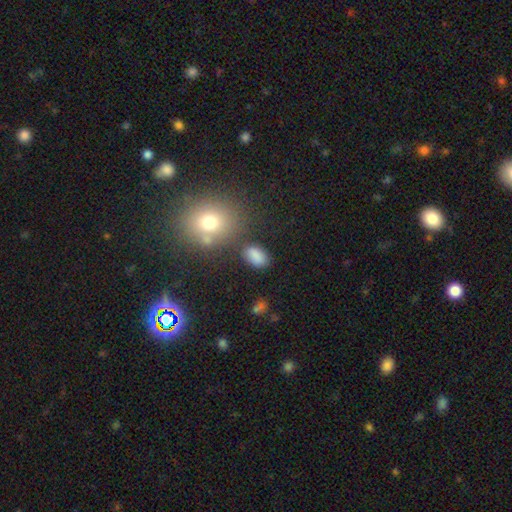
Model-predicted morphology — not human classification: This is clearly a smooth galaxy (84%). How rounded: clearly in between (89%). Merging: likely none (73%).